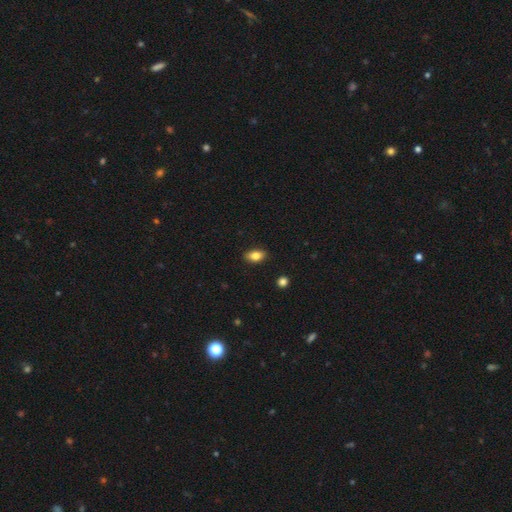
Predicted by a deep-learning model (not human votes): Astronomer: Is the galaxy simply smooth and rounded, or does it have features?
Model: smooth — 81%.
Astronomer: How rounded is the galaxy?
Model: in between — 86%.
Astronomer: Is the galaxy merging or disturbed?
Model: none — 86%.